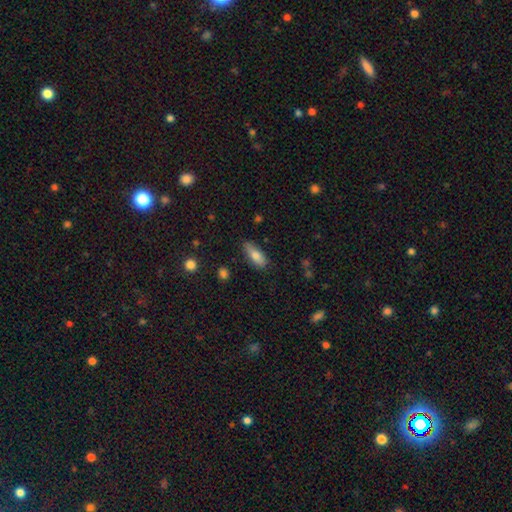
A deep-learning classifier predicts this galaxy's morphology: type=smooth (79%); roundness=in between (75%); merging=none (75%).